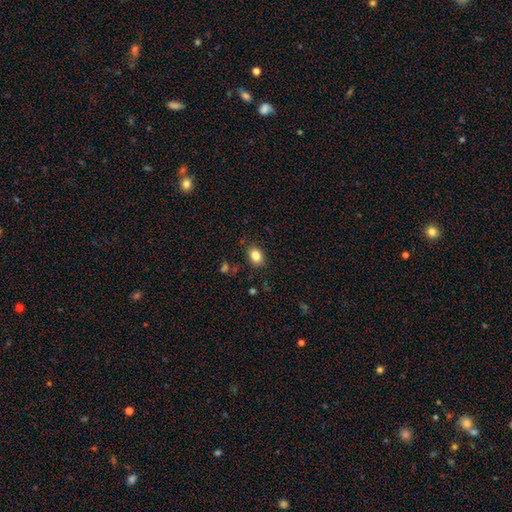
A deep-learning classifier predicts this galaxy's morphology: type=smooth (83%); roundness=in between (66%); merging=none (85%).